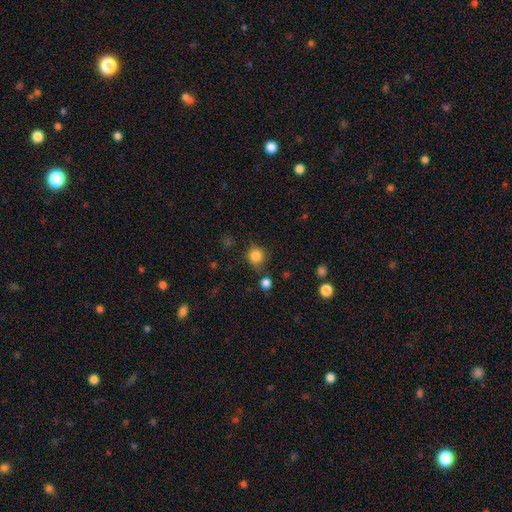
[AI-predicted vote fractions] Smooth or featured? Predicted: smooth (p=0.84). How rounded? Predicted: round (p=0.89). Merging? Predicted: none (p=0.77).